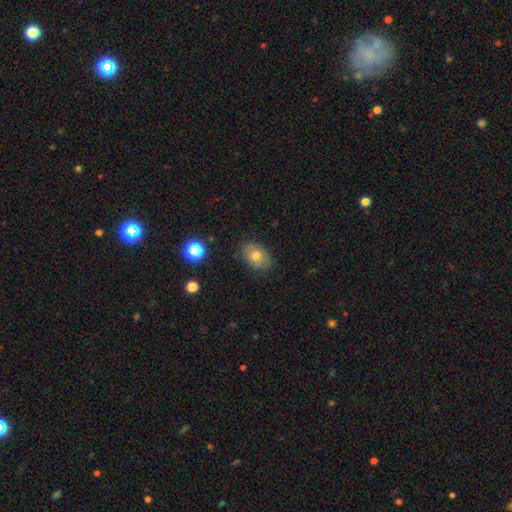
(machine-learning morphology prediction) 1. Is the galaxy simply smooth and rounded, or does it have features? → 71% smooth, 19% featured or disk, 11% star or artifact.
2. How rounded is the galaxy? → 74% in between, 25% round, 1% cigar-shaped.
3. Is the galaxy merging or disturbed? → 81% none, 14% minor disturbance, 3% major disturbance, 1% merger.